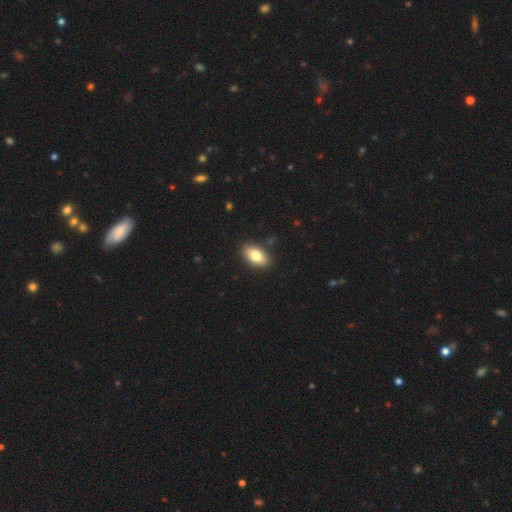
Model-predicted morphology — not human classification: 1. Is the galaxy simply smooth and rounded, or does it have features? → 81% smooth, 12% featured or disk, 7% star or artifact.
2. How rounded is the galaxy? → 92% in between, 5% round, 3% cigar-shaped.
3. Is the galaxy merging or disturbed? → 88% none, 8% minor disturbance, 2% major disturbance, 2% merger.